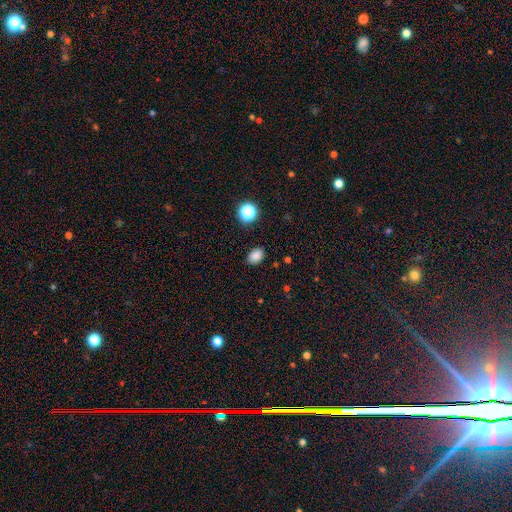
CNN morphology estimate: This is clearly a smooth galaxy (83%). How rounded: likely in between (75%). Merging: clearly none (86%).